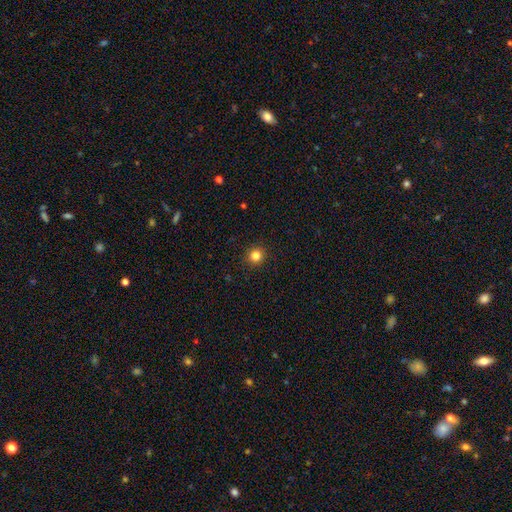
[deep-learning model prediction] This appears to be a smooth galaxy with no disk features (83%) that is round (92%). Merging: none (92%).